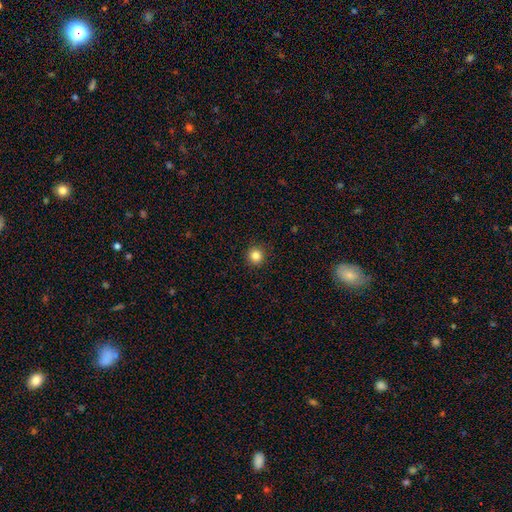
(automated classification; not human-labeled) Smooth or featured? smooth (84%)
How rounded? round (94%)
Merging? none (92%)